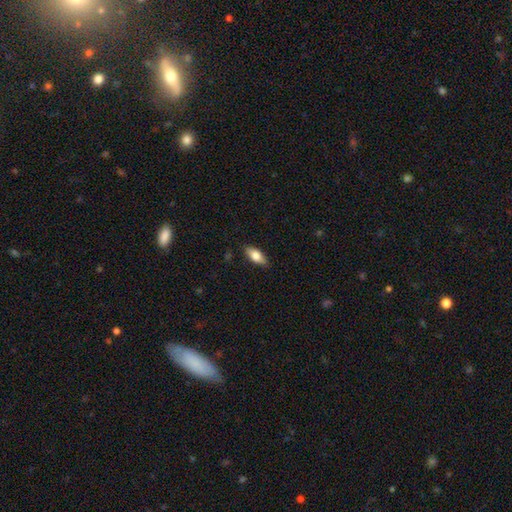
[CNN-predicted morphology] The model was most divided on "smooth or featured": smooth: 74%, featured or disk: 20%, star or artifact: 7%. More confident: merging — none (86%); how rounded — in between (81%).